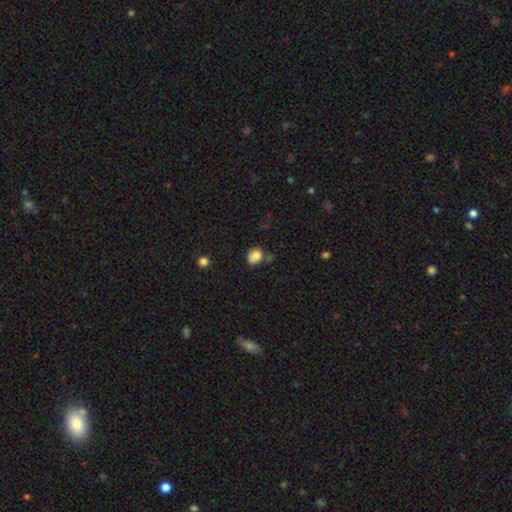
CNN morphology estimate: The model was most divided on "how rounded": round: 60%, in between: 39%, cigar-shaped: 1%. More confident: smooth or featured — smooth (77%); merging — none (50%).